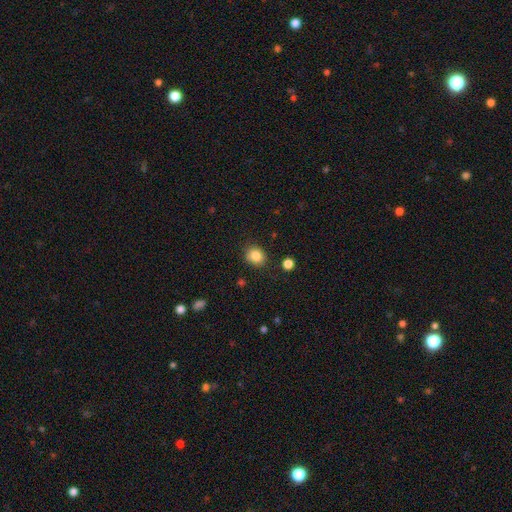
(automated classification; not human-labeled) smooth_or_featured: smooth (p=0.85) [alt: star or artifact p=0.10]
how_rounded: round (p=0.71) [alt: in between p=0.28]
merging: none (p=0.85) [alt: minor disturbance p=0.11]